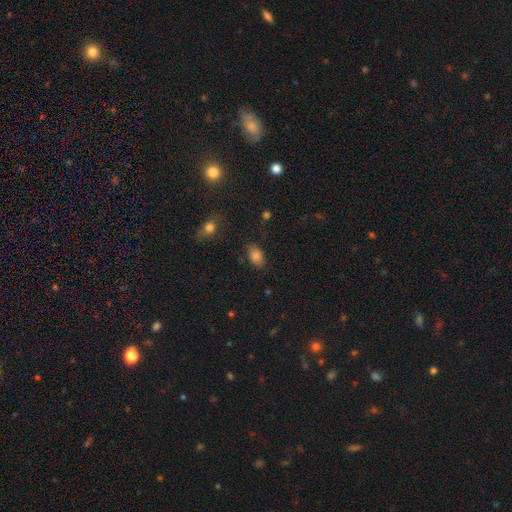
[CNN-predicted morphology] A smooth galaxy with no disk features (82%) that is in between round and cigar-shaped (89%).

Vote fractions:
- Smooth or featured? smooth: 82% / star or artifact: 11% / featured or disk: 7%
- How rounded? in between: 89% / round: 9% / cigar-shaped: 2%
- Merging? none: 80% / minor disturbance: 14% / major disturbance: 4% / merger: 2%